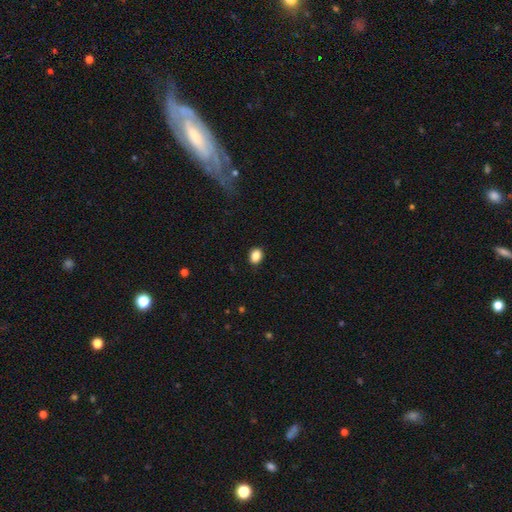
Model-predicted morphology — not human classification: This is clearly a smooth galaxy (87%). How rounded: likely in between (64%). Merging: clearly none (90%).